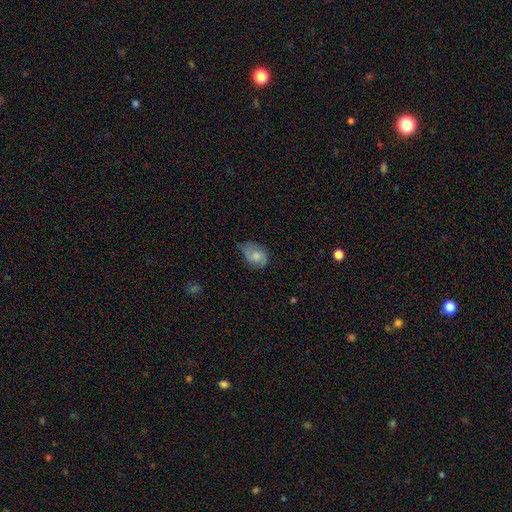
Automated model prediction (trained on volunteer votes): smooth 54%, featured or disk 38%, star or artifact 8%. Down the decision tree: how rounded — in between (75%); merging — minor disturbance (41%).